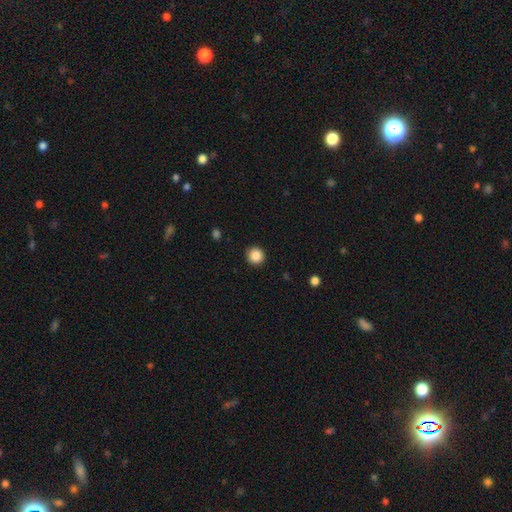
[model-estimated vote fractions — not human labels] A smooth galaxy with no disk features (87%) that is round (94%). Merging: none (92%).